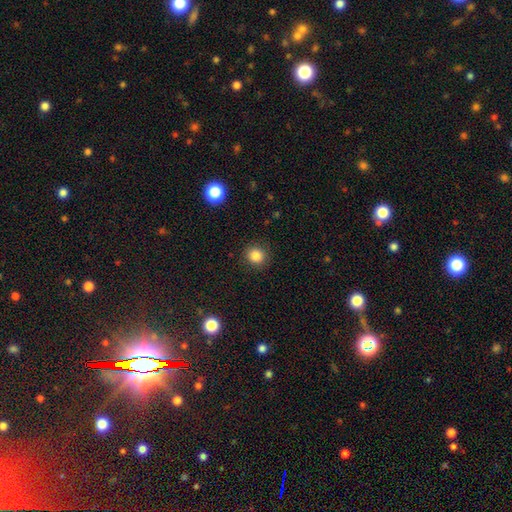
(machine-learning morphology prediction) Smooth or featured? Predicted: smooth (p=0.85). How rounded? Predicted: round (p=0.90). Merging? Predicted: none (p=0.90).